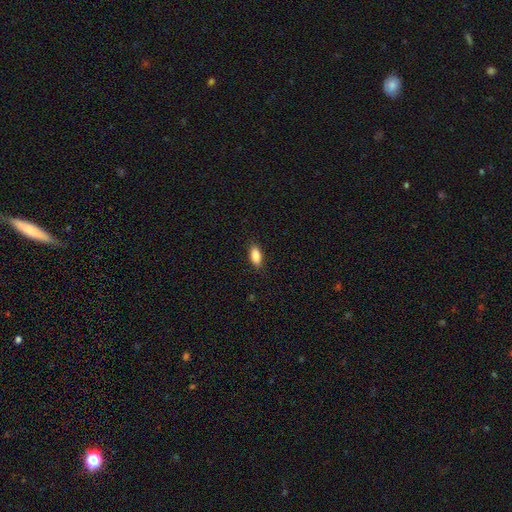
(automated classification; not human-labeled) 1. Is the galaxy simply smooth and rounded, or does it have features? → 87% smooth, 7% star or artifact, 5% featured or disk.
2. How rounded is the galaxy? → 85% in between, 12% cigar-shaped, 3% round.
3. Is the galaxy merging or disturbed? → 87% none, 10% minor disturbance, 2% major disturbance, 1% merger.